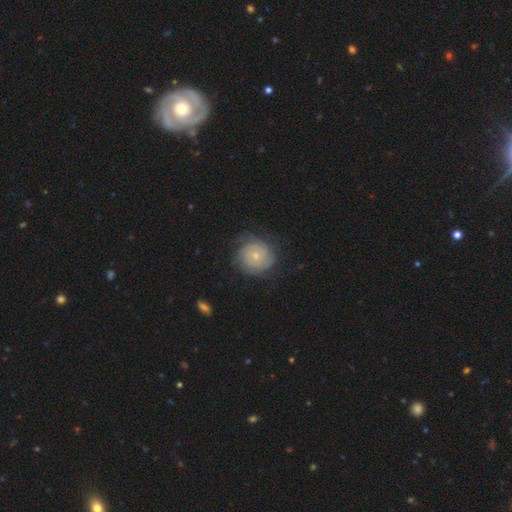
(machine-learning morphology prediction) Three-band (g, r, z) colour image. It shows a featured or disk galaxy (59%) with no bar (83%), spiral arms (83%) and a small central bulge (66%). Merging: none (71%).